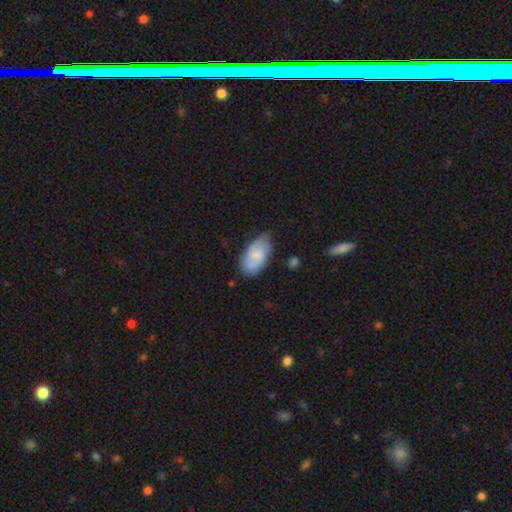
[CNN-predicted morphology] A smooth galaxy with no disk features (51%) that is in between round and cigar-shaped (93%). Merging: none (58%).